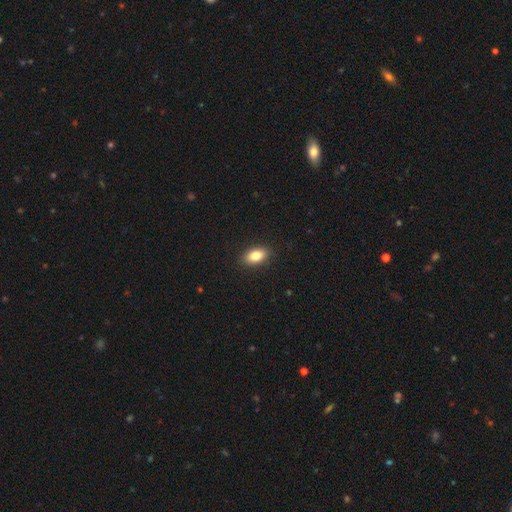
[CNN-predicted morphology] type=smooth (83%); roundness=in between (89%); merging=none (89%).